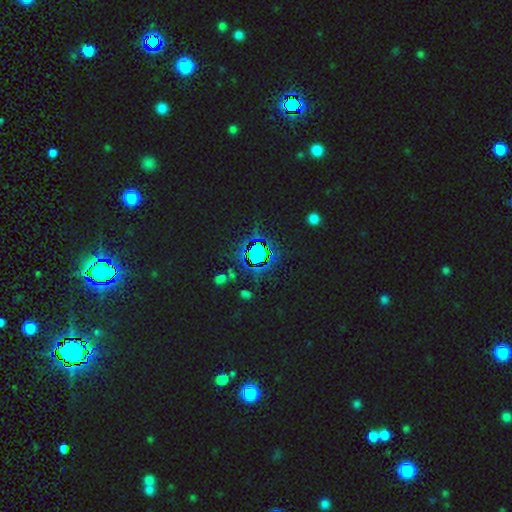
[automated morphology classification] star or artifact 78%, smooth 13%, featured or disk 8%.